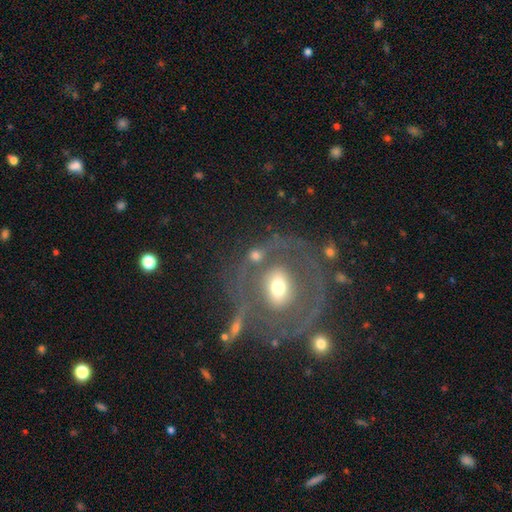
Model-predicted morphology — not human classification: featured or disk 54%, smooth 34%, star or artifact 12%. Down the decision tree: edge-on disk — no (90%); merging — none (63%).